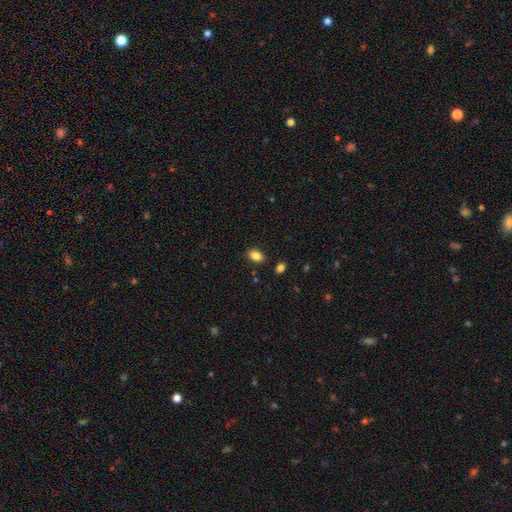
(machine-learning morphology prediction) This appears to be a smooth galaxy with no disk features (85%) that is in between round and cigar-shaped (85%). Merging: none (85%).